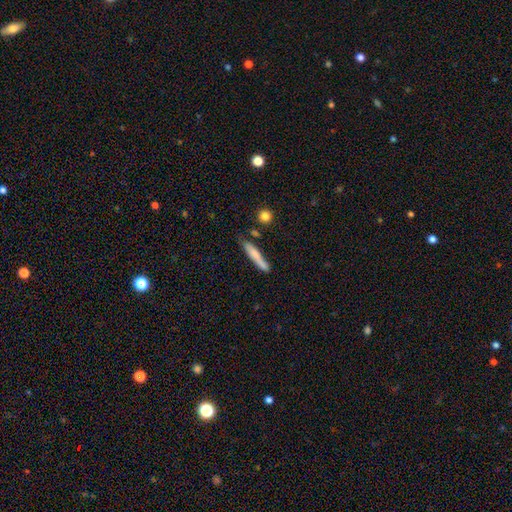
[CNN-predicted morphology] smooth-or-featured: smooth: 69% | featured or disk: 24% | star or artifact: 6%
  how-rounded: cigar-shaped: 91% | in between: 7% | round: 2%
  merging: none: 67% | minor disturbance: 21% | merger: 7% | major disturbance: 5%